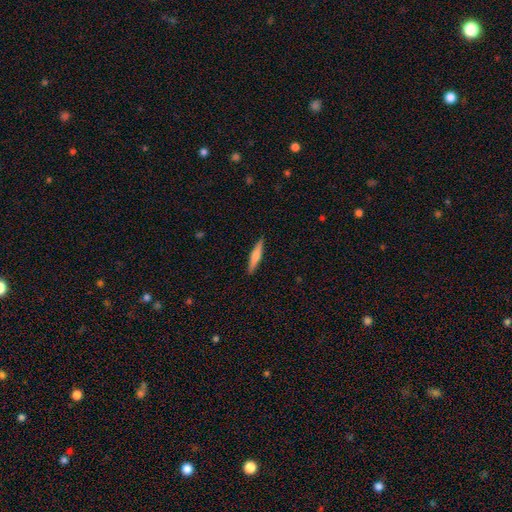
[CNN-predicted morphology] Smooth or featured? Predicted: smooth (p=0.59). How rounded? Predicted: cigar-shaped (p=0.90). Merging? Predicted: none (p=0.90).